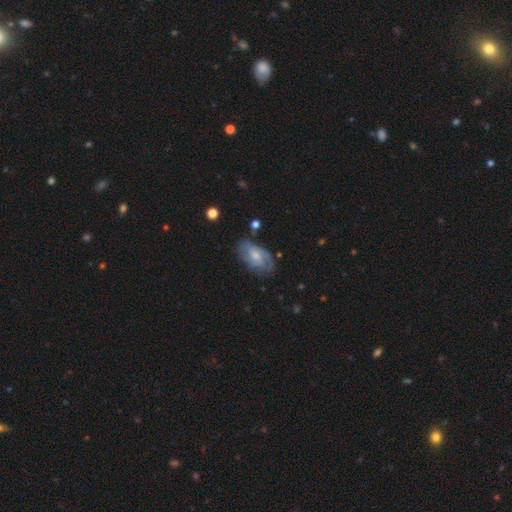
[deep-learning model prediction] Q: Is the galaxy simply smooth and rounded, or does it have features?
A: featured or disk — 65%.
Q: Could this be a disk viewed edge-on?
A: no — 95%.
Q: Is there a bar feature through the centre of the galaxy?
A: no — 56%.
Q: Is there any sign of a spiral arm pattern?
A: yes — 88%.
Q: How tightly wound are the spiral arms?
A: medium — 42%.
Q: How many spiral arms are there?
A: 2 — 50%.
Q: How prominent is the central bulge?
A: small — 51%.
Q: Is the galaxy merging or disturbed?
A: none — 67%.